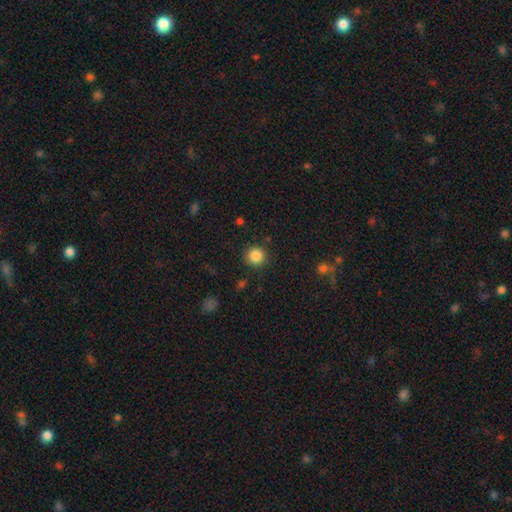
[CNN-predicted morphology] A smooth galaxy with no disk features (86%) that is round (94%). Merging: none (90%).